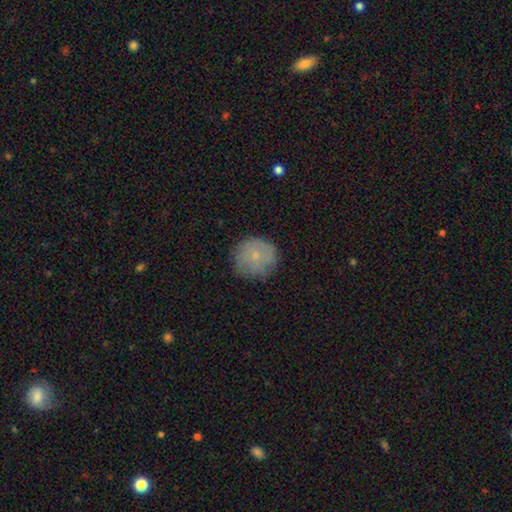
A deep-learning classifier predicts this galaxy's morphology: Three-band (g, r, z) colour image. It shows a smooth galaxy with no disk features (71%) that is round (91%). Merging: none (78%).